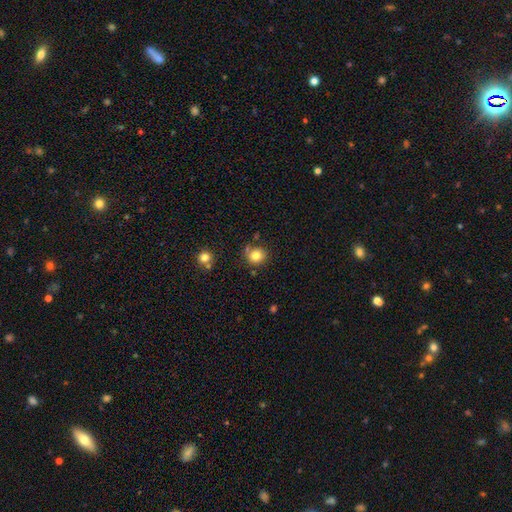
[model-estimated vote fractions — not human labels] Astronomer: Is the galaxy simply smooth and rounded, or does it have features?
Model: smooth — 81%.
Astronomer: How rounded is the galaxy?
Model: round — 85%.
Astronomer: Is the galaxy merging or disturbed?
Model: none — 73%.